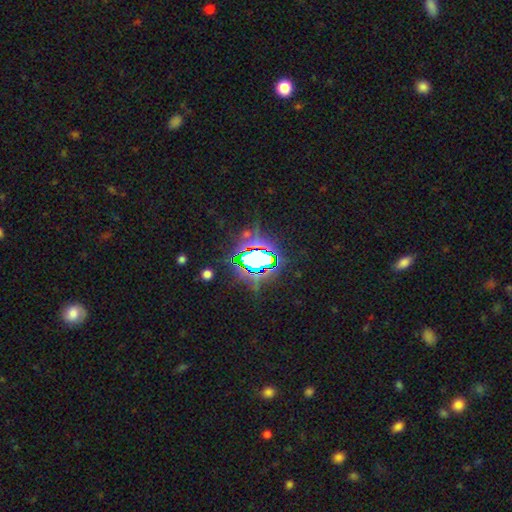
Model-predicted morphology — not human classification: type=star or artifact (72%).